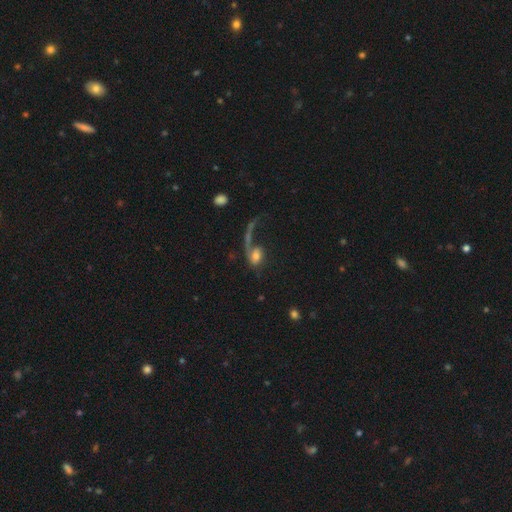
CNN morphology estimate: Smooth or featured?
  - featured or disk: 45% *
  - smooth: 44%
  - star or artifact: 10%
Merging?
  - major disturbance: 49% *
  - none: 25%
  - merger: 15%
  - minor disturbance: 11%